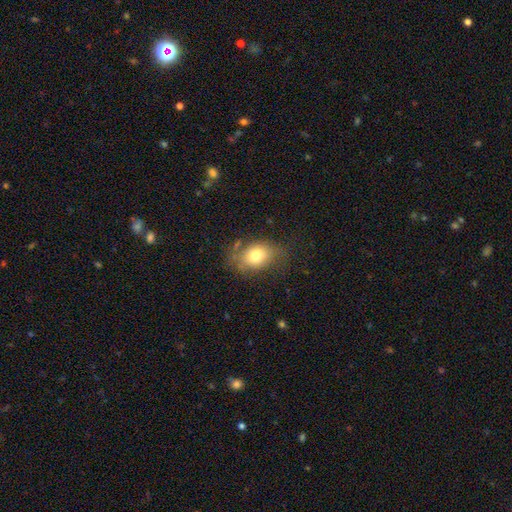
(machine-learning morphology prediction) smooth-or-featured: smooth: 75% | featured or disk: 15% | star or artifact: 10%
  how-rounded: in between: 68% | round: 31% | cigar-shaped: 1%
  merging: none: 63% | minor disturbance: 24% | major disturbance: 10% | merger: 3%